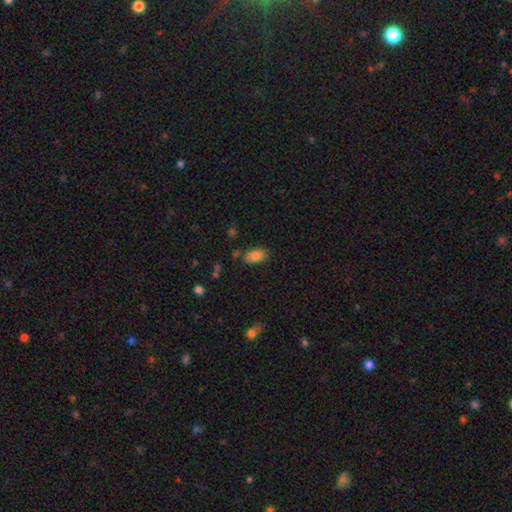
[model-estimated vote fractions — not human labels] smooth-or-featured: smooth: 84% | star or artifact: 8% | featured or disk: 7%
  how-rounded: in between: 92% | round: 5% | cigar-shaped: 2%
  merging: none: 78% | minor disturbance: 15% | merger: 4% | major disturbance: 3%